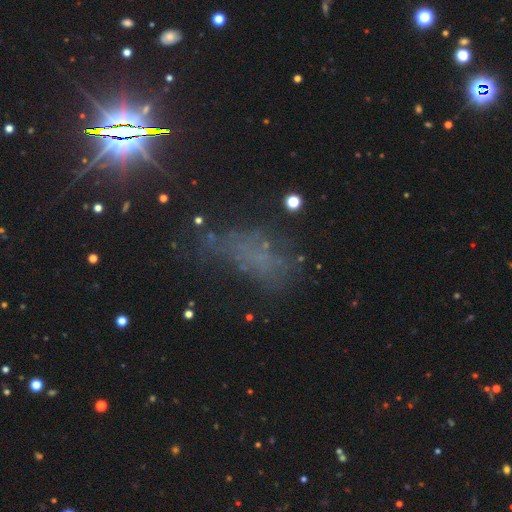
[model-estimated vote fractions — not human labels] smooth_or_featured: star or artifact (p=0.51) [alt: smooth p=0.27]